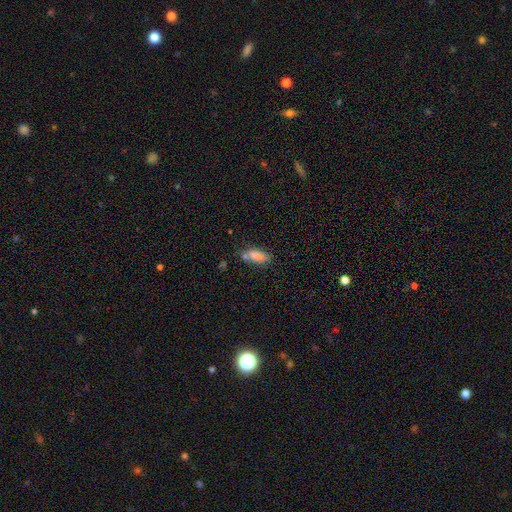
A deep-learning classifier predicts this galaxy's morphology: The model was most divided on "merging": none: 56%, minor disturbance: 19%, merger: 19%, major disturbance: 6%. More confident: smooth or featured — smooth (83%); how rounded — in between (79%).